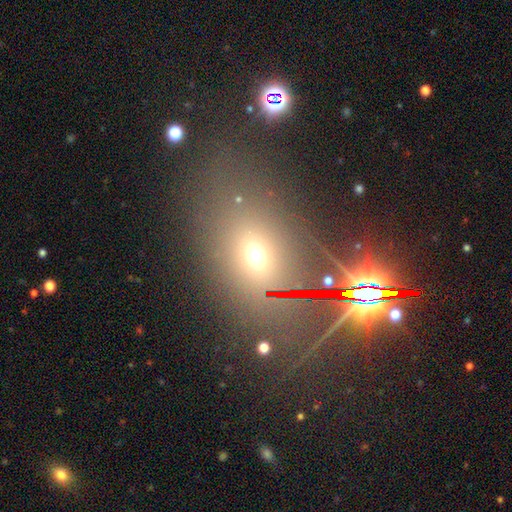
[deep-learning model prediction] A smooth galaxy with no disk features (50%). Merging: none (73%).